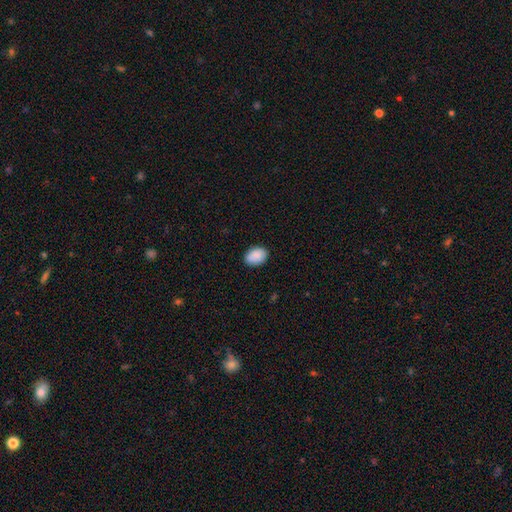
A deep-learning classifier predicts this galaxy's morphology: Smooth or featured: smooth — 90% (star or artifact — 7%)
How rounded: in between — 81% (round — 18%)
Merging: none — 87% (minor disturbance — 10%)